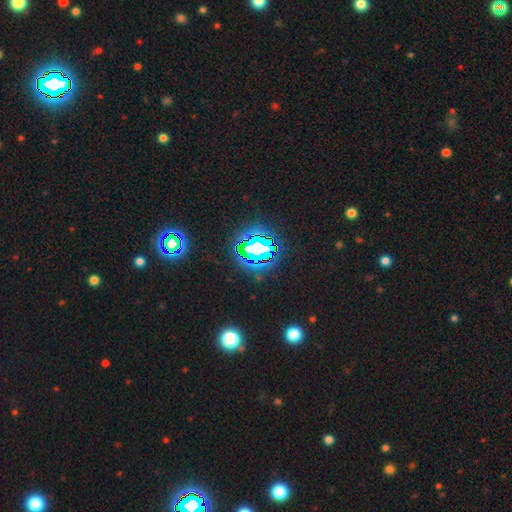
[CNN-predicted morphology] Smooth or featured?
  - star or artifact: 83% *
  - smooth: 11%
  - featured or disk: 7%